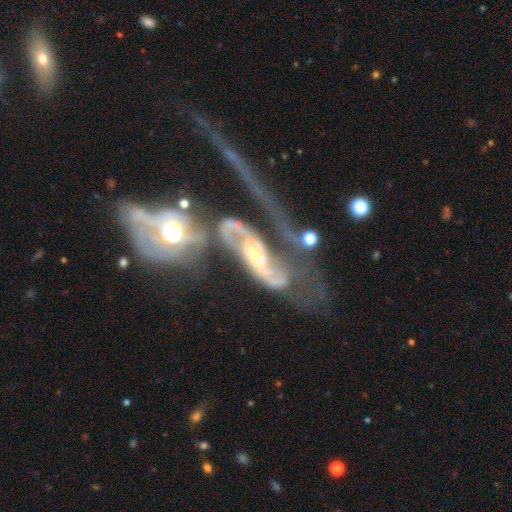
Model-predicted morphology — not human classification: A featured or disk galaxy (82%) with no bar (50%), 2 (60%) loose (43%) spiral arms (85%) and a moderate central bulge (51%).

Vote fractions:
- Smooth or featured? featured or disk: 82% / smooth: 11% / star or artifact: 7%
- Edge-on disk? no: 89% / yes: 11%
- Bar? no: 50% / weak: 32% / strong: 18%
- Spiral arms? yes: 85% / no: 15%
- Spiral winding? loose: 43% / medium: 34% / tight: 23%
- Spiral arm count? 2: 60% / can't tell: 19% / 1: 11% / 3: 5% / 4: 3% / more than 4: 3%
- Bulge size? moderate: 51% / small: 39% / large: 5% / none: 3% / dominant: 2%
- Merging? merger: 48% / major disturbance: 31% / none: 13% / minor disturbance: 8%